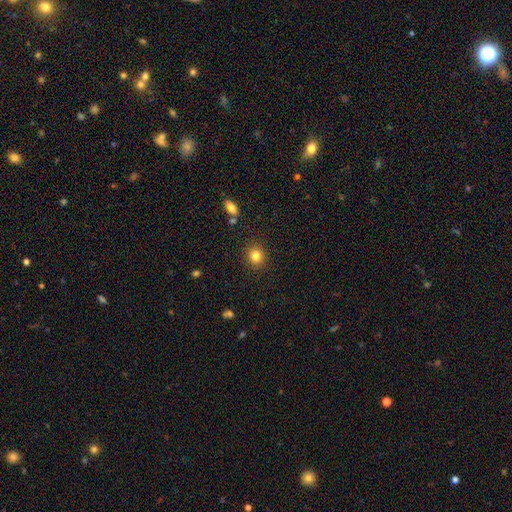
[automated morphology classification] The model was most divided on "how rounded": round: 85%, in between: 14%, cigar-shaped: 1%. More confident: merging — none (89%); smooth or featured — smooth (83%).